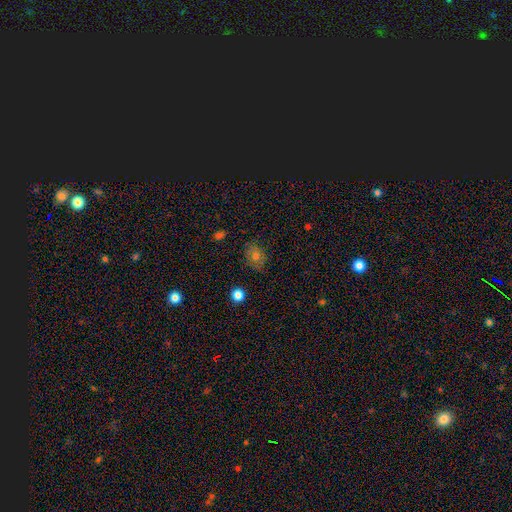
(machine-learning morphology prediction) This is likely a smooth galaxy (61%). How rounded: possibly round (53%). Merging: likely none (80%).